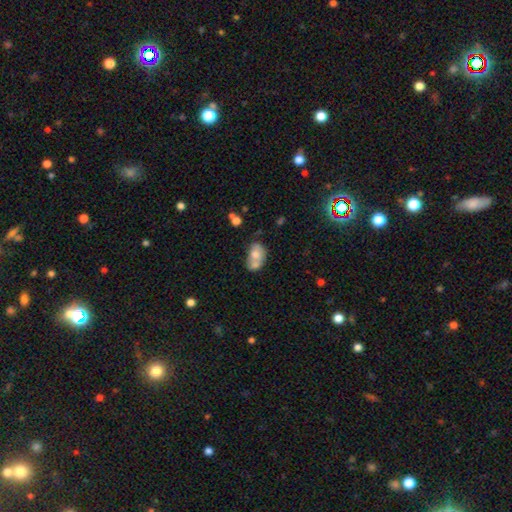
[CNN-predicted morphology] Q: Smooth or featured?
A: smooth (64%); runner-up: featured or disk (28%)
Q: How rounded?
A: in between (81%); runner-up: round (18%)
Q: Merging?
A: merger (45%); runner-up: none (29%)